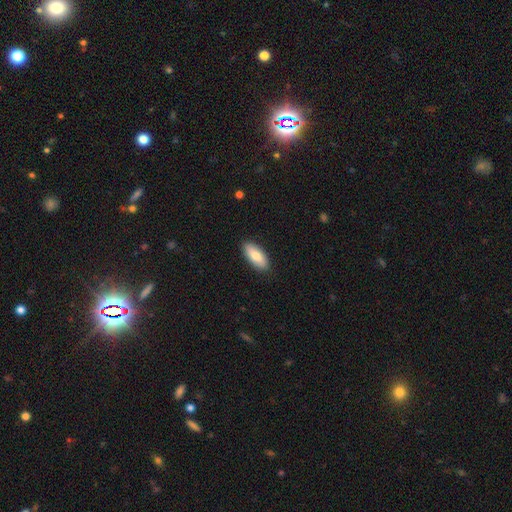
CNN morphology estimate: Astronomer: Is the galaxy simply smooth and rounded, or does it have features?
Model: smooth — 80%.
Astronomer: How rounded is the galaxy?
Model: in between — 84%.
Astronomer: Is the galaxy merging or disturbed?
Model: none — 89%.